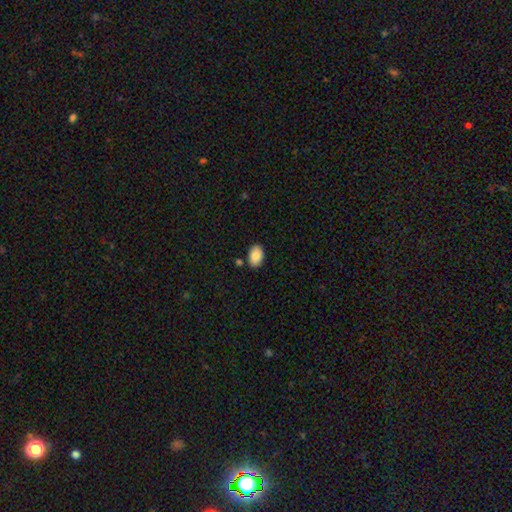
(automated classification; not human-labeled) smooth_or_featured: smooth (p=0.87) [alt: star or artifact p=0.07]
how_rounded: in between (p=0.89) [alt: round p=0.10]
merging: none (p=0.84) [alt: minor disturbance p=0.10]